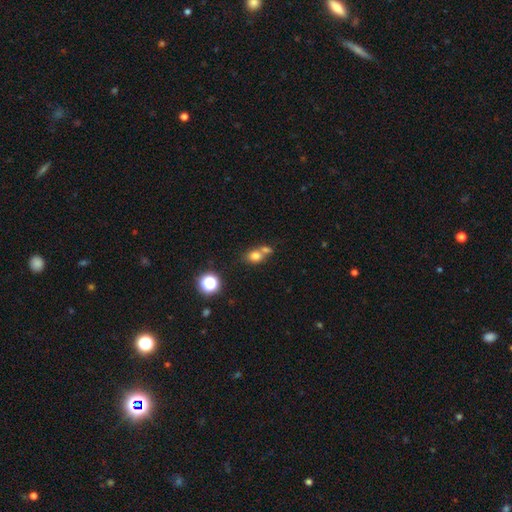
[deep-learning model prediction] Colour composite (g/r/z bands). It shows a smooth galaxy with no disk features (74%) that is round (53%). Merging: merger (46%).